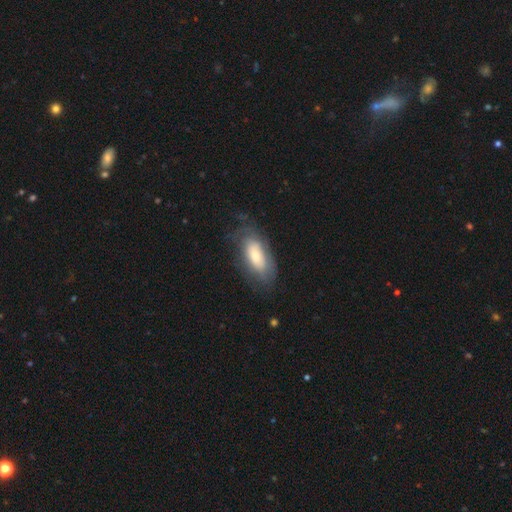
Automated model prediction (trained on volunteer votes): Smooth or featured: smooth — 59% (featured or disk — 34%)
How rounded: in between — 85% (cigar-shaped — 12%)
Merging: none — 64% (minor disturbance — 22%)